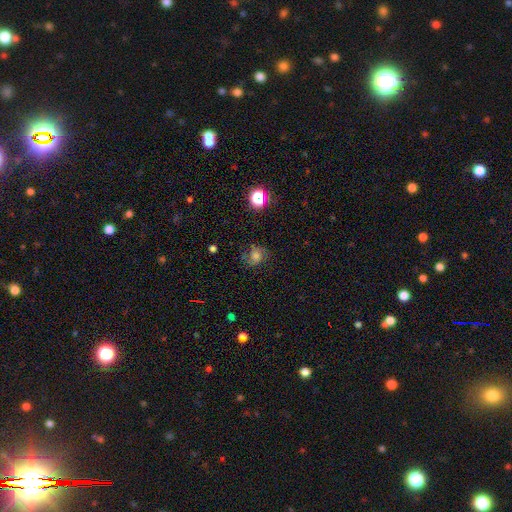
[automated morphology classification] smooth-or-featured: smooth: 46% | featured or disk: 35% | star or artifact: 19%
  merging: none: 67% | minor disturbance: 20% | major disturbance: 11% | merger: 2%